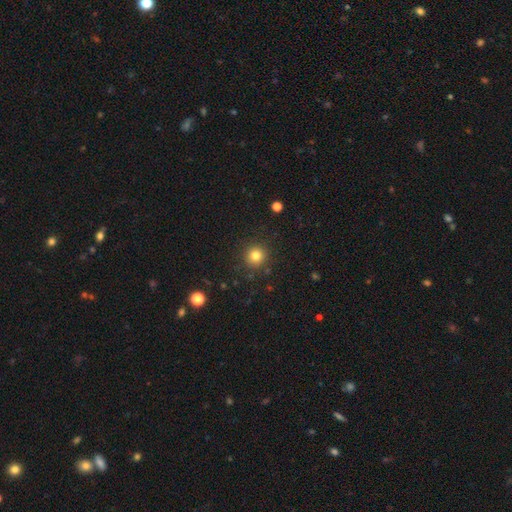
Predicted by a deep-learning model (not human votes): A smooth galaxy with no disk features (80%) that is round (94%). Merging: none (89%).